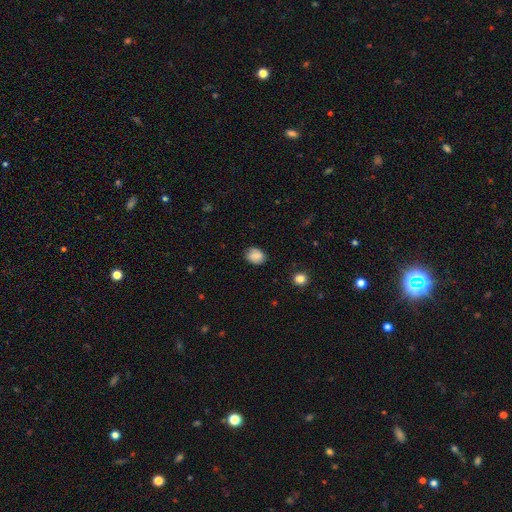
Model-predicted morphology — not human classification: Smooth or featured? smooth (82%)
How rounded? in between (57%)
Merging? none (78%)